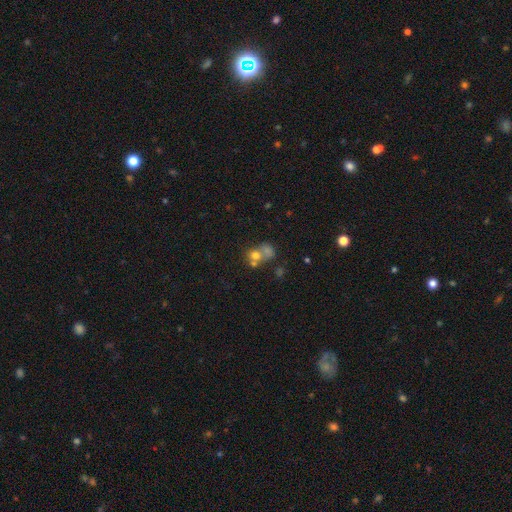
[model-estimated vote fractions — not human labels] A smooth galaxy with no disk features (64%) that is round (64%). Merging: merger (60%).